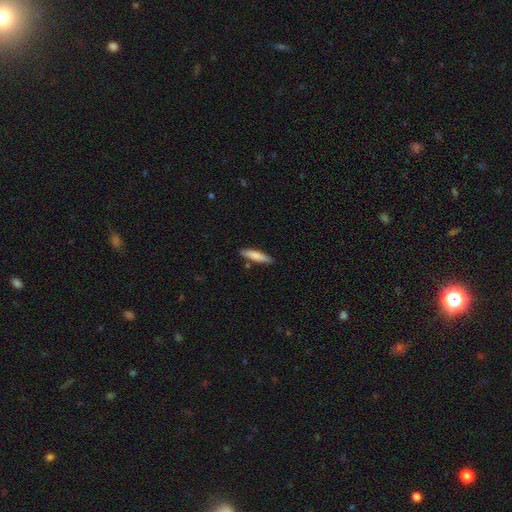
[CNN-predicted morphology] type=smooth (80%); roundness=cigar-shaped (80%); merging=none (86%).